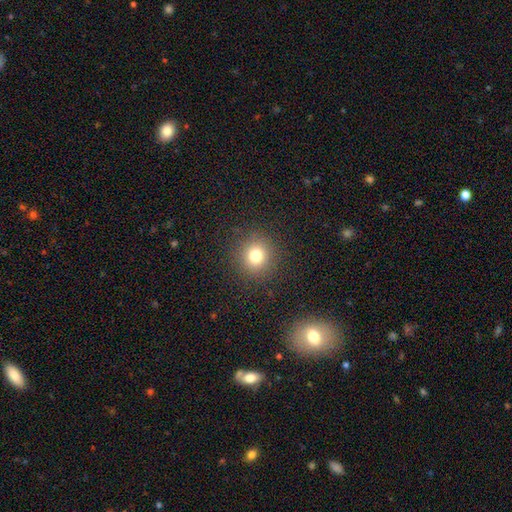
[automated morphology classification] smooth_or_featured: smooth (p=0.77) [alt: star or artifact p=0.15]
how_rounded: round (p=0.91) [alt: in between p=0.08]
merging: none (p=0.89) [alt: minor disturbance p=0.06]